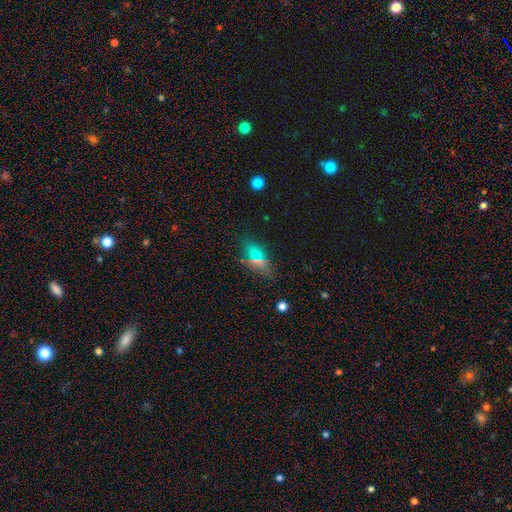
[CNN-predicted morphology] type=smooth (64%); roundness=in between (77%); merging=none (80%).